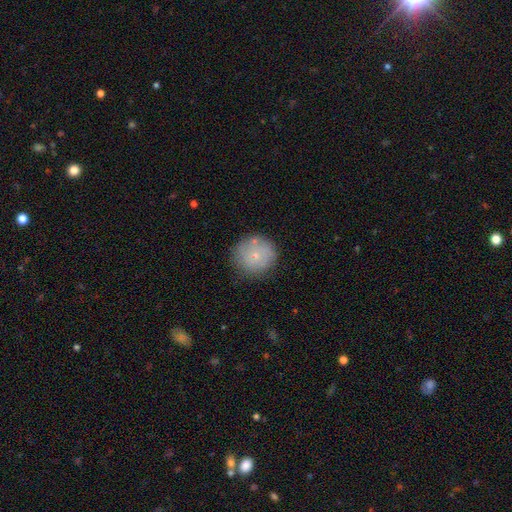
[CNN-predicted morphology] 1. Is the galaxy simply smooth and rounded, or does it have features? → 68% smooth, 23% featured or disk, 9% star or artifact.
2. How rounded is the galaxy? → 92% round, 7% in between, 1% cigar-shaped.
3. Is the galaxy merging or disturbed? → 76% none, 16% minor disturbance, 4% major disturbance, 4% merger.